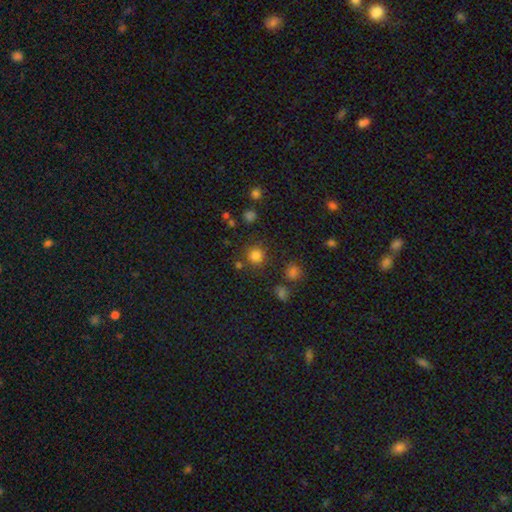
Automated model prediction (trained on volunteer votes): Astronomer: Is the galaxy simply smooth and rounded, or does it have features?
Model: smooth — 80%.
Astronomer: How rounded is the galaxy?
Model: round — 91%.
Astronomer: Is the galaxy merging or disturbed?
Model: none — 81%.